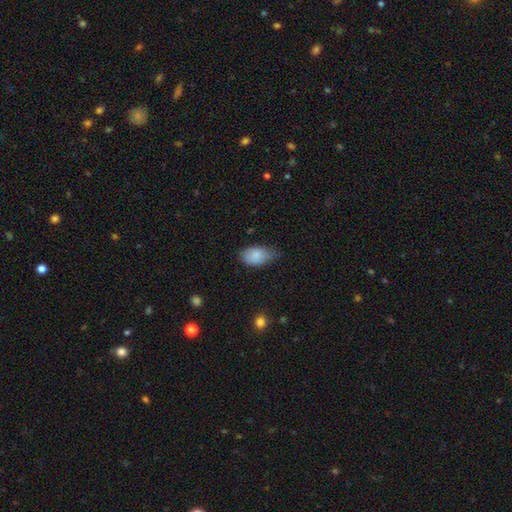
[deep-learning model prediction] This is clearly a smooth galaxy (86%). How rounded: clearly in between (92%). Merging: possibly none (57%).